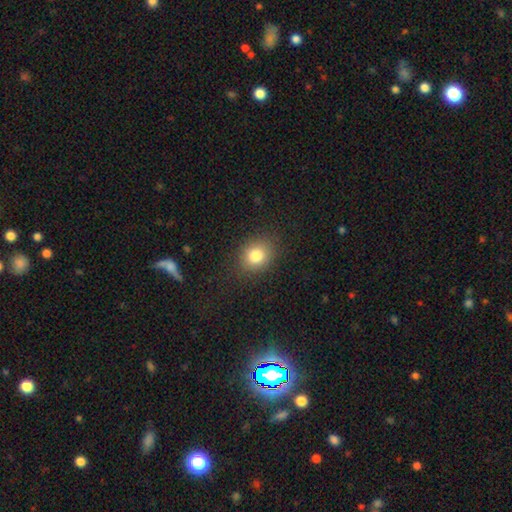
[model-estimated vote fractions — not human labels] Smooth or featured?
  - smooth: 81% *
  - star or artifact: 11%
  - featured or disk: 8%
How rounded?
  - round: 59% *
  - in between: 40%
  - cigar-shaped: 1%
Merging?
  - none: 85% *
  - minor disturbance: 10%
  - major disturbance: 4%
  - merger: 1%